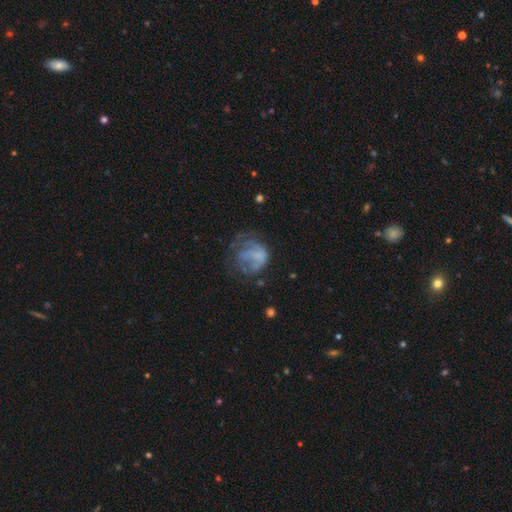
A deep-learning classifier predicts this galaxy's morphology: Smooth or featured? featured or disk (51%)
Edge-on disk? no (98%)
Bar? no (80%)
Spiral arms? no (64%)
Bulge size? none (71%)
Merging? major disturbance (40%)